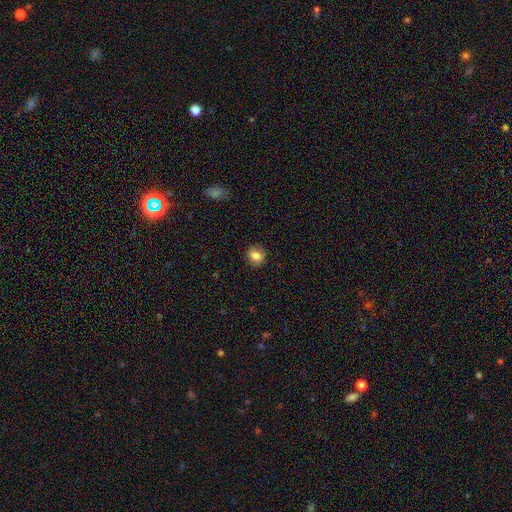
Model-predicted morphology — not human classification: Smooth or featured? smooth (83%)
How rounded? round (71%)
Merging? none (87%)